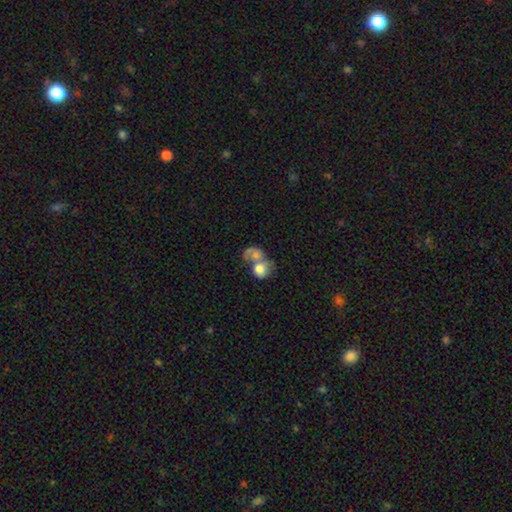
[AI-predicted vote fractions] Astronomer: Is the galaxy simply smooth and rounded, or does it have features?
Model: smooth — 56% (runner-up: featured or disk, 33%).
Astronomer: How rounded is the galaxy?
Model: round — 62%.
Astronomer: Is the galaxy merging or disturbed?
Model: merger — 68%.